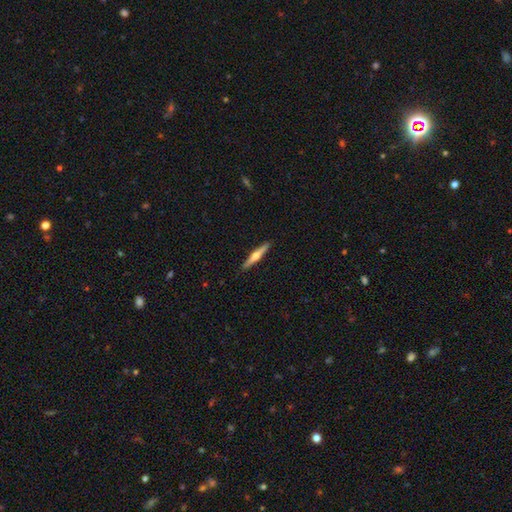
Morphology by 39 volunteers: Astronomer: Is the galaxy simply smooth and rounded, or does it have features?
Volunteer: featured or disk — 77%.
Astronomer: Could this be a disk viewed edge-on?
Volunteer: yes — 97%.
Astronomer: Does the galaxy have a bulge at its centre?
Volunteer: rounded — 93%.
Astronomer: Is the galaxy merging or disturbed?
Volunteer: none — 95%.